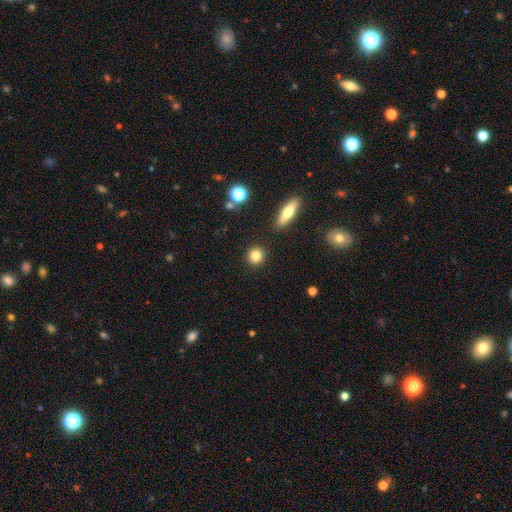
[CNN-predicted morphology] A smooth galaxy with no disk features (82%) that is round (89%). Merging: none (90%).